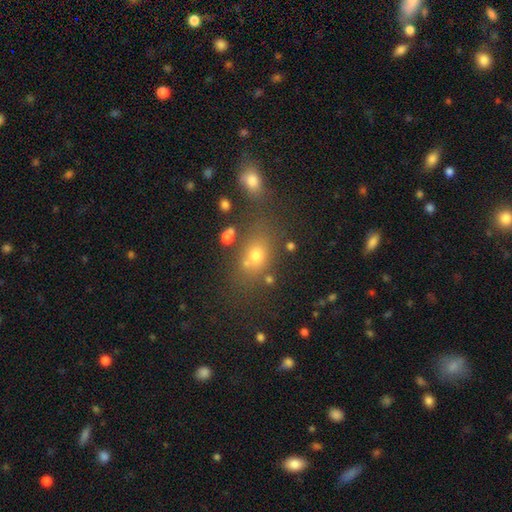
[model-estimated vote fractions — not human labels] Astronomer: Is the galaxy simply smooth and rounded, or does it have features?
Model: smooth — 68%.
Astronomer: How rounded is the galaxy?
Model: in between — 62%.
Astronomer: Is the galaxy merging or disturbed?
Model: none — 60%.